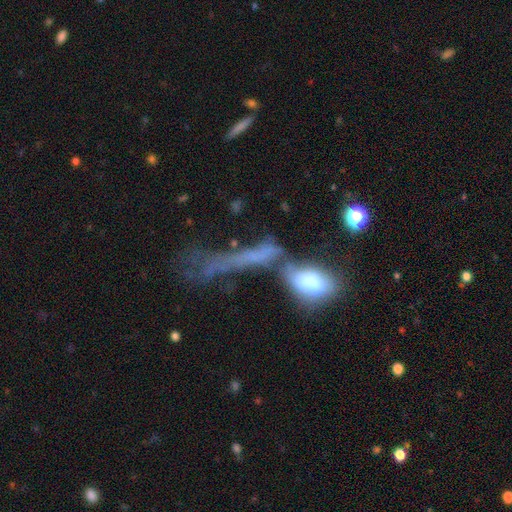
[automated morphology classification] Smooth or featured?
  - smooth: 47% *
  - featured or disk: 33%
  - star or artifact: 19%
Merging?
  - merger: 37% *
  - major disturbance: 27%
  - none: 24%
  - minor disturbance: 12%